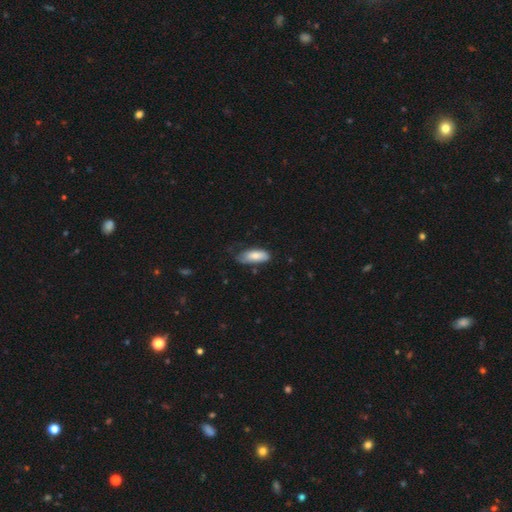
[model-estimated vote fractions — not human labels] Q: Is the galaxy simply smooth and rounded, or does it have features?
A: smooth — 76%.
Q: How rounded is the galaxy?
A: in between — 81%.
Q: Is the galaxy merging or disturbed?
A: none — 45%.